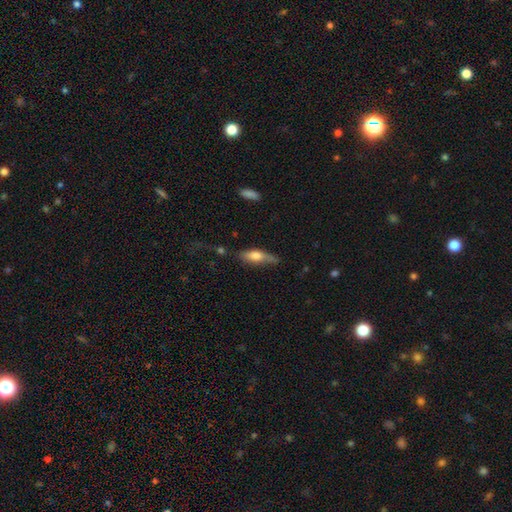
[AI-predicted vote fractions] Smooth or featured: smooth — 63% (featured or disk — 31%)
How rounded: in between — 55% (cigar-shaped — 42%)
Merging: none — 56% (minor disturbance — 30%)